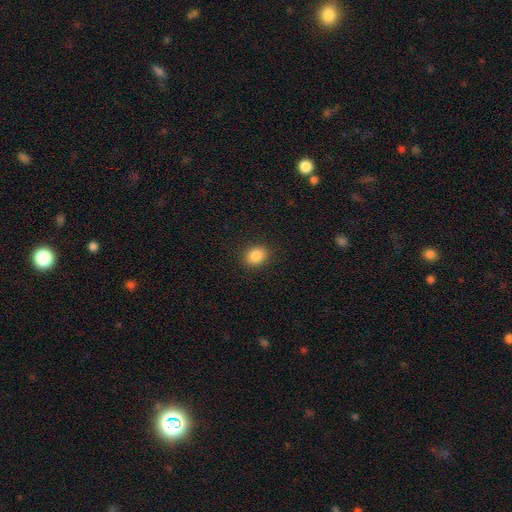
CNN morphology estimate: This appears to be a smooth galaxy with no disk features (86%) that is round (53%). Merging: none (90%).